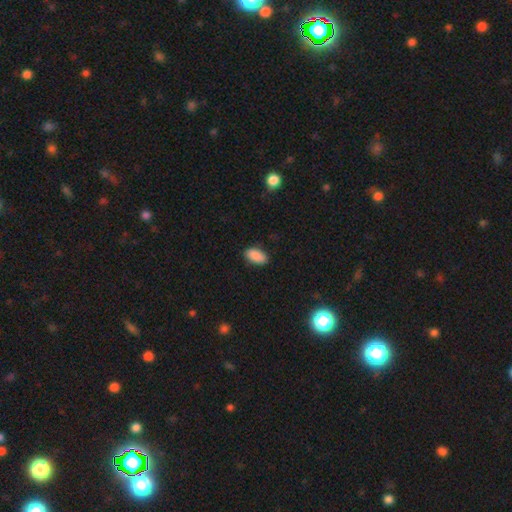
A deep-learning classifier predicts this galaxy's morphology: Smooth or featured?
  - smooth: 89% *
  - star or artifact: 8%
  - featured or disk: 3%
How rounded?
  - in between: 93% *
  - cigar-shaped: 4%
  - round: 3%
Merging?
  - none: 87% *
  - minor disturbance: 10%
  - major disturbance: 2%
  - merger: 1%